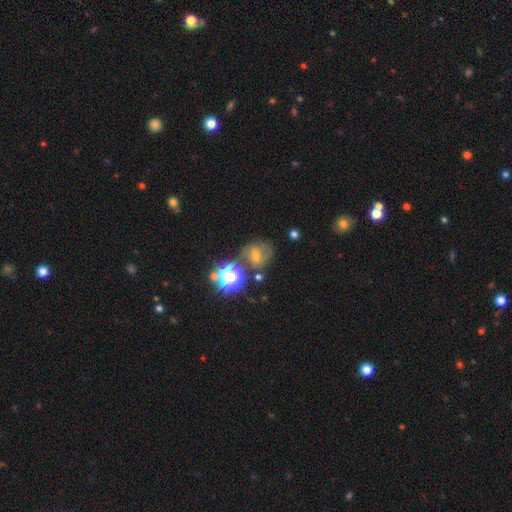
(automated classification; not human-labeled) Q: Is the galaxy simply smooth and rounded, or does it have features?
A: featured or disk — 38%.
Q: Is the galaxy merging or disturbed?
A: none — 66%.